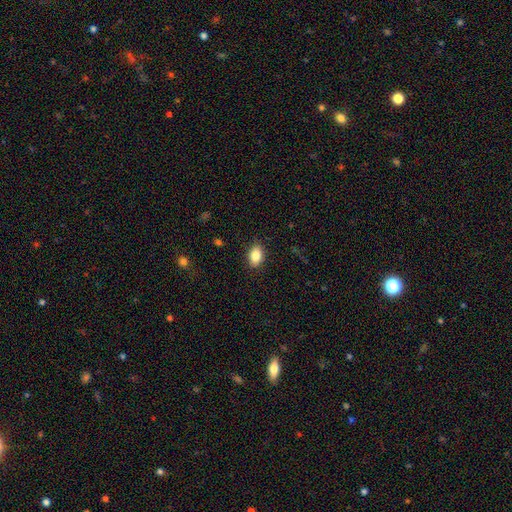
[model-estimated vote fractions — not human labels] The model was most divided on "how rounded": in between: 86%, round: 12%, cigar-shaped: 2%. More confident: merging — none (87%); smooth or featured — smooth (85%).